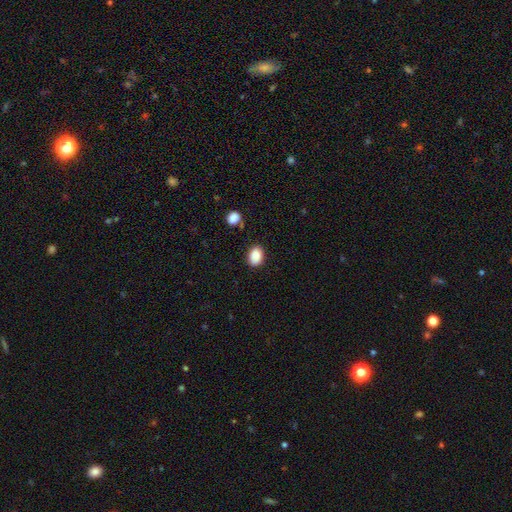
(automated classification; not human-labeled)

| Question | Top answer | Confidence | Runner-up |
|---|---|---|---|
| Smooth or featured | smooth | 88% | star or artifact (8%) |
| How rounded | in between | 76% | round (23%) |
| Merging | none | 83% | minor disturbance (12%) |